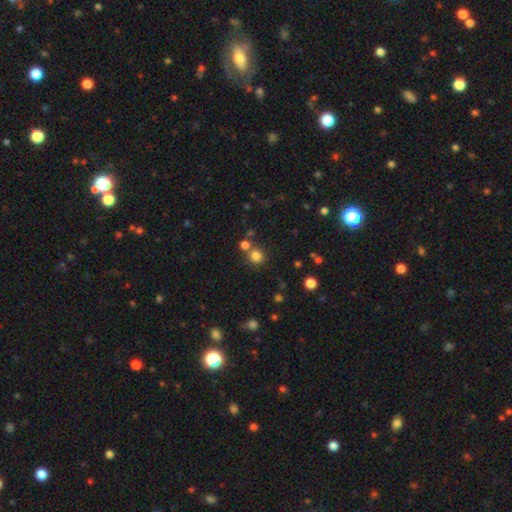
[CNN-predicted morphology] A smooth galaxy with no disk features (80%) that is round (91%). Merging: none (72%).